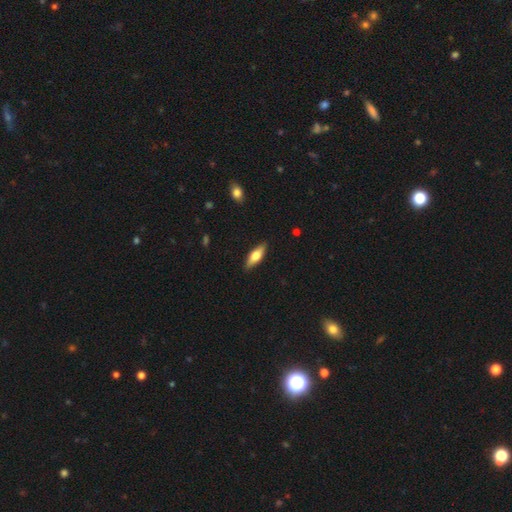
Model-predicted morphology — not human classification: smooth 56%, featured or disk 38%, star or artifact 5%. Down the decision tree: how rounded — in between (54%); merging — none (89%).